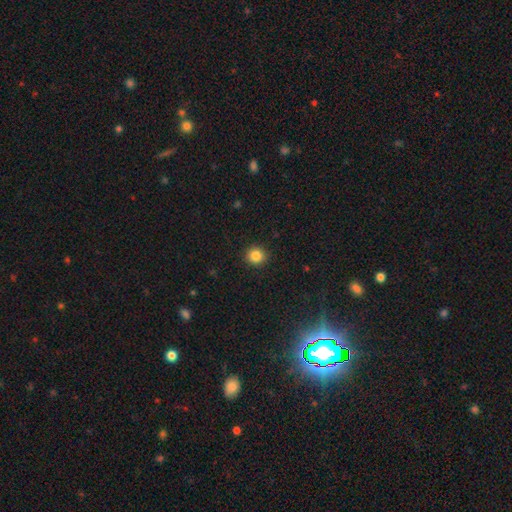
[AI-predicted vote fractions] A smooth galaxy with no disk features (85%) that is round (91%). Merging: none (92%).